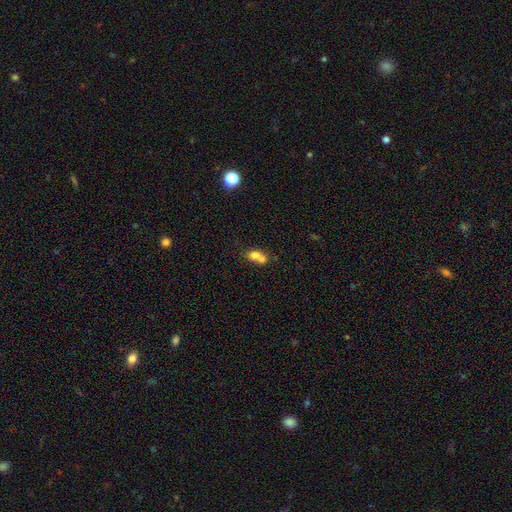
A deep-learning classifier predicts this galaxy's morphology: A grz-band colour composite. It shows a smooth galaxy with no disk features (71%) that is round (53%). Merging: merger (67%).